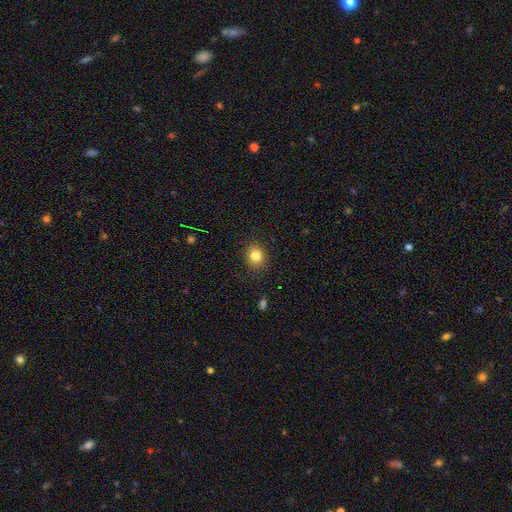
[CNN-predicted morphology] Smooth or featured?
  - smooth: 83% *
  - star or artifact: 11%
  - featured or disk: 6%
How rounded?
  - round: 74% *
  - in between: 25%
  - cigar-shaped: 1%
Merging?
  - none: 89% *
  - minor disturbance: 8%
  - major disturbance: 2%
  - merger: 1%